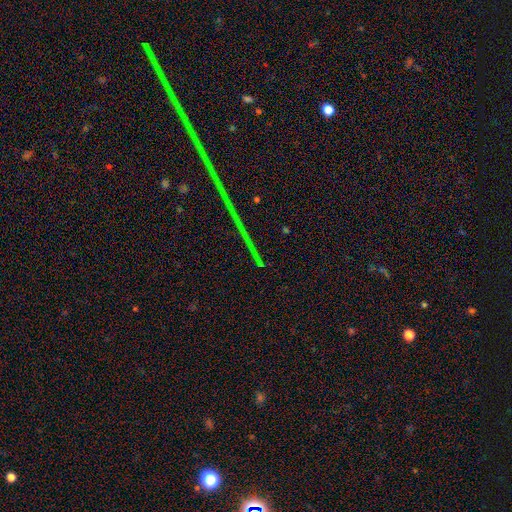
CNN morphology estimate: Smooth or featured? Predicted: star or artifact (p=0.82).